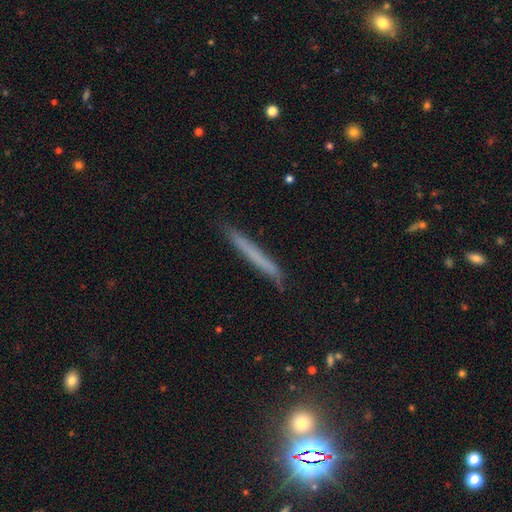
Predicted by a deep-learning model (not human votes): Q: Smooth or featured?
A: smooth (57%); runner-up: featured or disk (35%)
Q: How rounded?
A: cigar-shaped (97%); runner-up: in between (2%)
Q: Merging?
A: none (88%); runner-up: minor disturbance (9%)